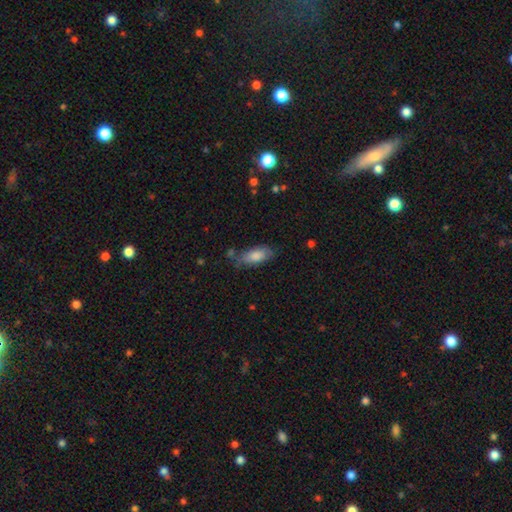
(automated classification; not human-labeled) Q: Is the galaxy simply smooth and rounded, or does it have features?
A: smooth — 78%.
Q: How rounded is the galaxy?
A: in between — 78%.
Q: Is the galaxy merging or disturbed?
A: none — 64%.